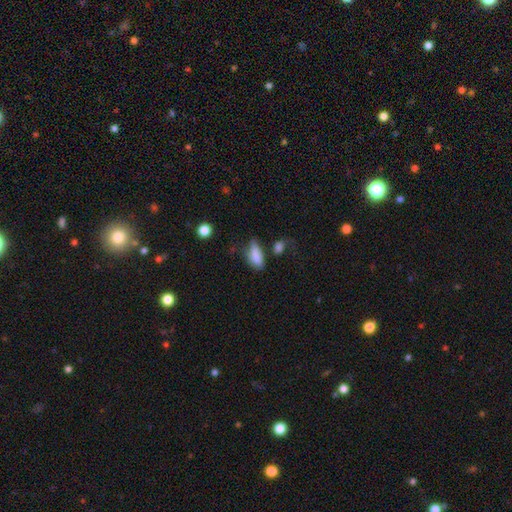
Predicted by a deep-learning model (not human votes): Morphology: type=smooth (80%); roundness=in between (84%); merging=none (38%).